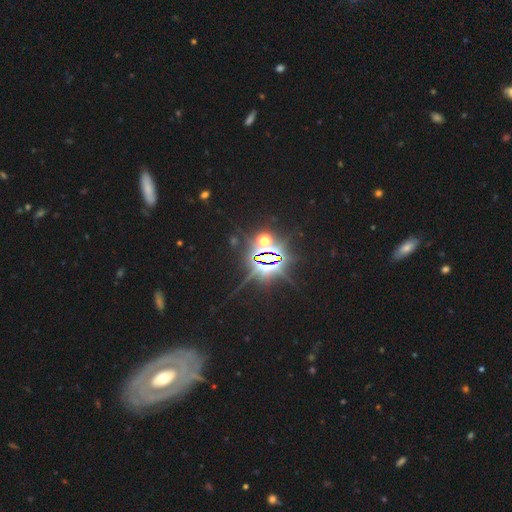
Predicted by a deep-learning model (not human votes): Q: Smooth or featured?
A: star or artifact (62%); runner-up: featured or disk (20%)